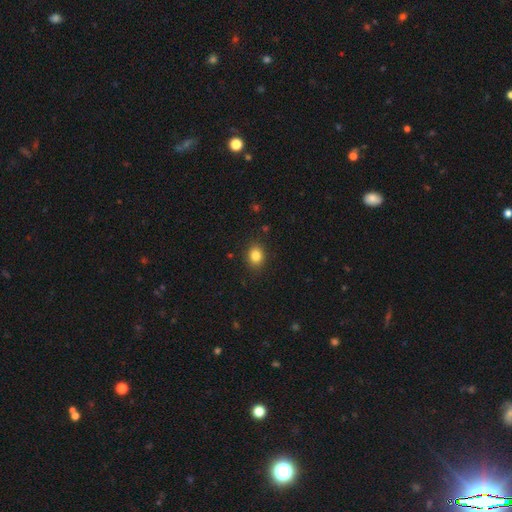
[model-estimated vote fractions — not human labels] smooth 84%, star or artifact 10%, featured or disk 6%. Down the decision tree: how rounded — in between (51%); merging — none (88%).